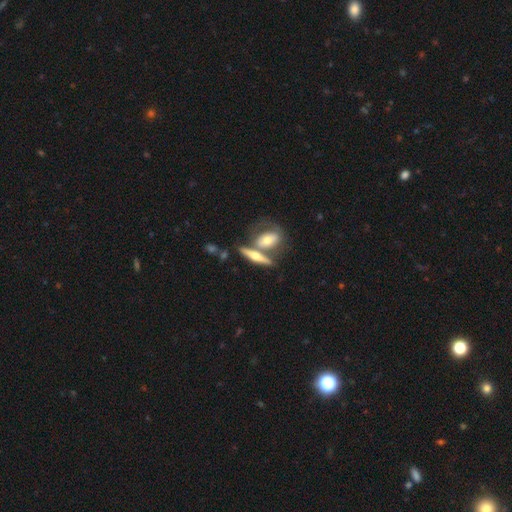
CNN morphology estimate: Smooth or featured? featured or disk (56%)
Edge-on disk? yes (85%)
Merging? none (50%)